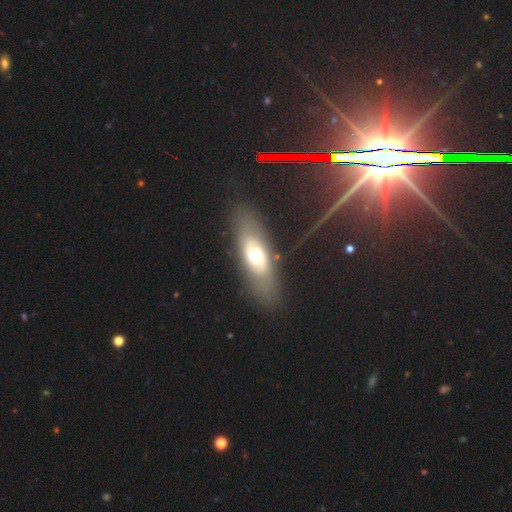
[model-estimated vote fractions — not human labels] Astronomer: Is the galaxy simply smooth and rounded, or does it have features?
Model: smooth — 47% (runner-up: featured or disk, 45%).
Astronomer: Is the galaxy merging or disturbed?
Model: none — 73%.